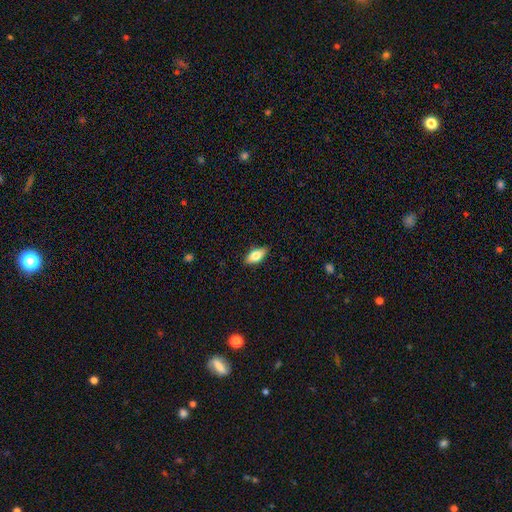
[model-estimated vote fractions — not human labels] Morphology: type=smooth (76%); roundness=in between (86%); merging=none (86%).